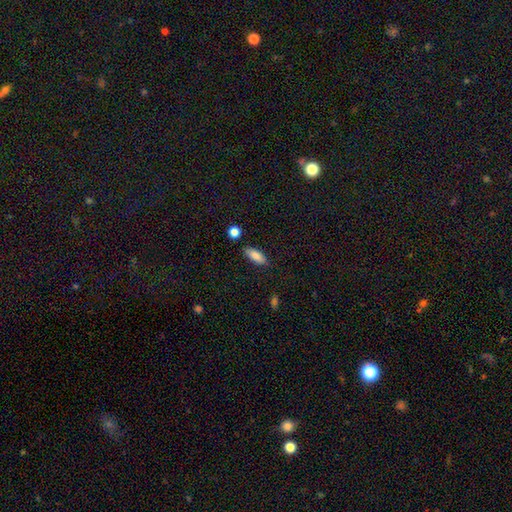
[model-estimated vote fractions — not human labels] Smooth or featured: smooth — 83% (featured or disk — 10%)
How rounded: in between — 73% (cigar-shaped — 24%)
Merging: none — 81% (minor disturbance — 13%)